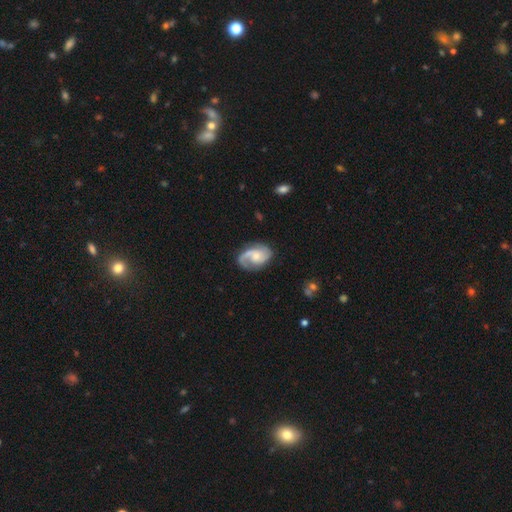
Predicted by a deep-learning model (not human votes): Smooth or featured?
  - featured or disk: 82% *
  - smooth: 13%
  - star or artifact: 5%
Edge-on disk?
  - no: 97% *
  - yes: 3%
Bar?
  - no: 61% *
  - weak: 34%
  - strong: 5%
Spiral arms?
  - yes: 96% *
  - no: 4%
Spiral winding?
  - medium: 48% *
  - loose: 28%
  - tight: 25%
Spiral arm count?
  - 2: 72% *
  - 1: 19%
  - can't tell: 5%
  - 3: 2%
  - 4: 1%
  - more than 4: 1%
Bulge size?
  - moderate: 45% *
  - small: 43%
  - none: 7%
  - large: 4%
  - dominant: 1%
Merging?
  - none: 71% *
  - minor disturbance: 19%
  - major disturbance: 9%
  - merger: 2%